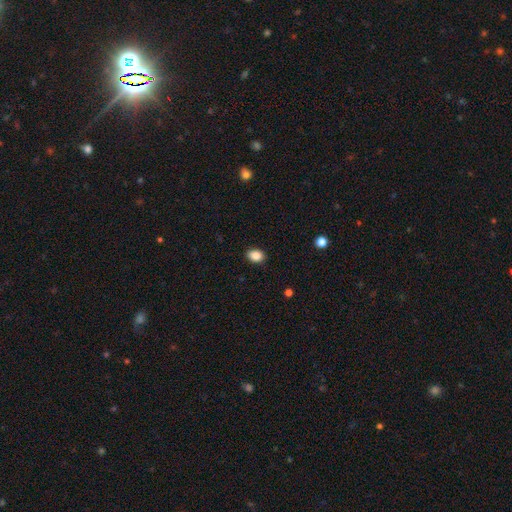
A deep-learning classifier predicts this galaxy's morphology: A smooth galaxy with no disk features (88%) that is in between round and cigar-shaped (71%).

Vote fractions:
- Smooth or featured? smooth: 88% / star or artifact: 9% / featured or disk: 3%
- How rounded? in between: 71% / round: 28% / cigar-shaped: 1%
- Merging? none: 88% / minor disturbance: 9% / major disturbance: 2% / merger: 1%